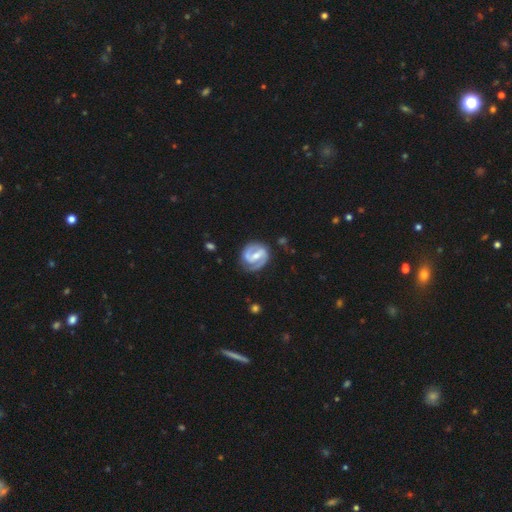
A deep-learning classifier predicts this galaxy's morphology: Smooth or featured? featured or disk (88%)
Edge-on disk? no (98%)
Bar? strong (47%)
Spiral arms? yes (96%)
Spiral winding? medium (48%)
Spiral arm count? 2 (91%)
Bulge size? moderate (52%)
Merging? none (79%)